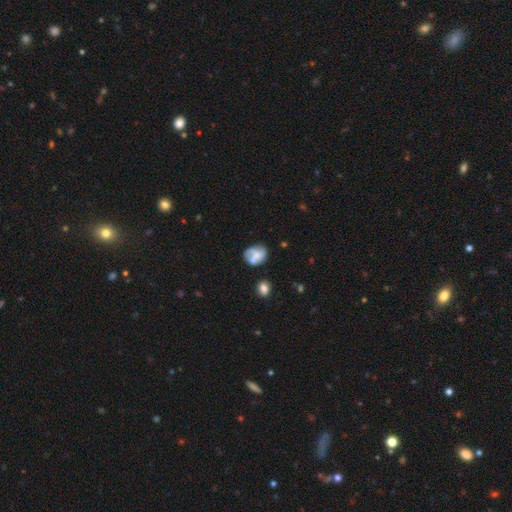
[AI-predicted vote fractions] smooth-or-featured: smooth: 48% | featured or disk: 43% | star or artifact: 9%
  merging: none: 51% | minor disturbance: 25% | major disturbance: 12% | merger: 12%